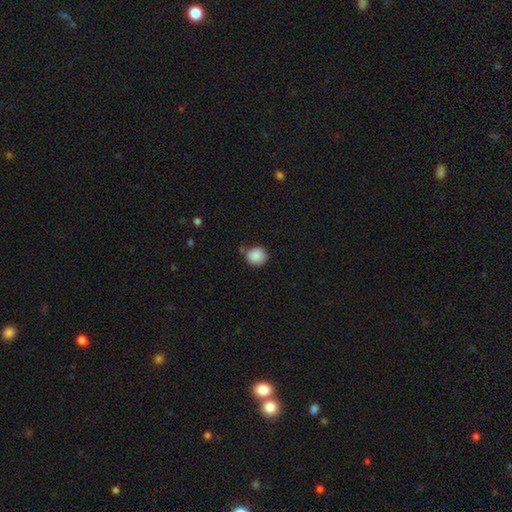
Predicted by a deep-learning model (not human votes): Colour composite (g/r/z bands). It shows a smooth galaxy with no disk features (88%) that is round (87%). Merging: none (70%).